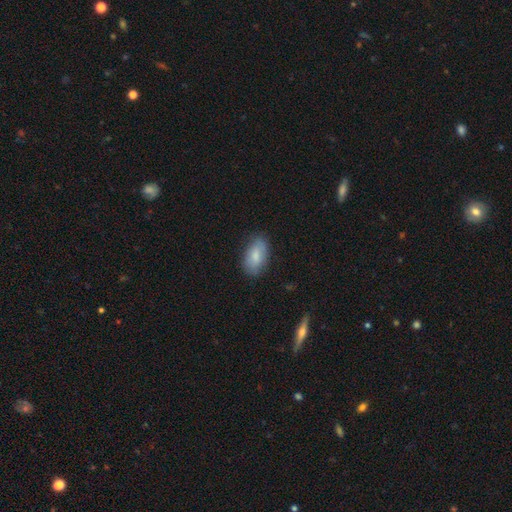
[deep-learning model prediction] This appears to be a smooth galaxy with no disk features (81%) that is in between round and cigar-shaped (92%). Merging: none (79%).